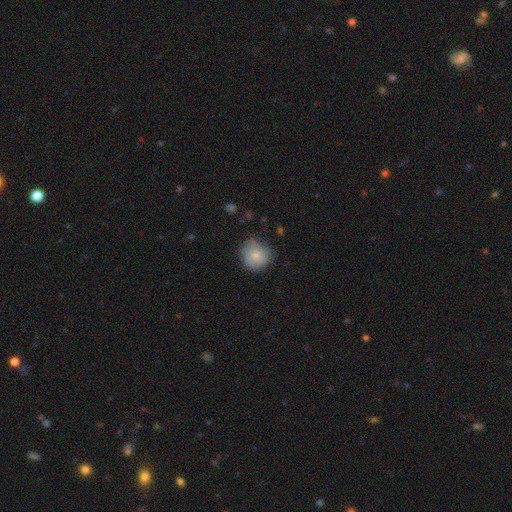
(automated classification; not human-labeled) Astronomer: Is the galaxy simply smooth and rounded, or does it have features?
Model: smooth — 82%.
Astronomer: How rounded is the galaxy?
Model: round — 87%.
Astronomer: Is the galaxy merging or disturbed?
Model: none — 70%.